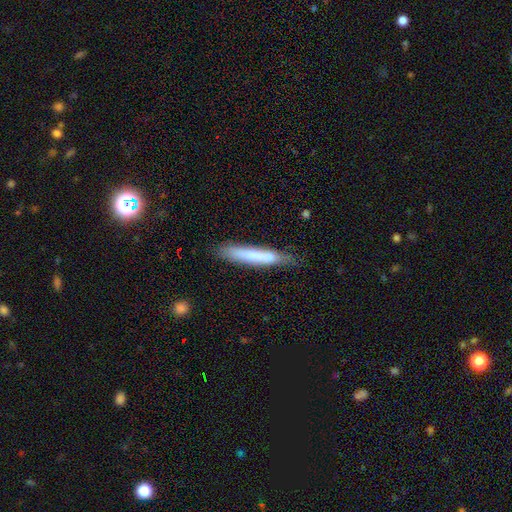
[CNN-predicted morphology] The model was most divided on "smooth or featured": smooth: 66%, featured or disk: 27%, star or artifact: 6%. More confident: how rounded — cigar-shaped (94%); merging — none (73%).